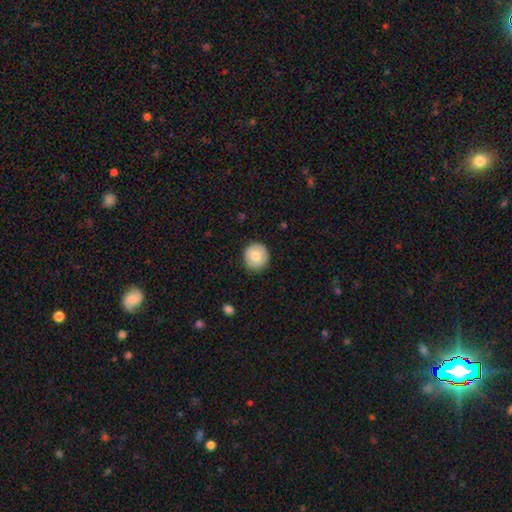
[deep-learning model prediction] A smooth galaxy with no disk features (74%) that is round (93%). Merging: none (86%).